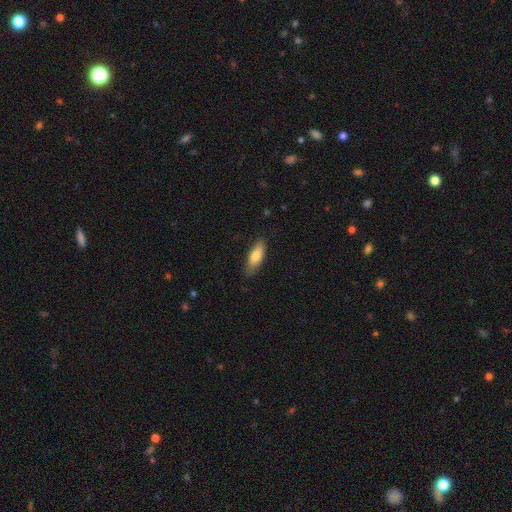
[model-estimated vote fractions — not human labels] Smooth or featured? smooth (79%)
How rounded? in between (64%)
Merging? none (80%)